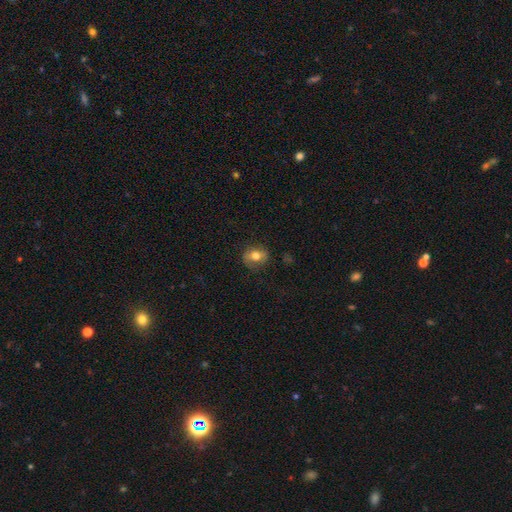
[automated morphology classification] This is likely a smooth galaxy (64%). How rounded: possibly round (54%). Merging: likely none (75%).